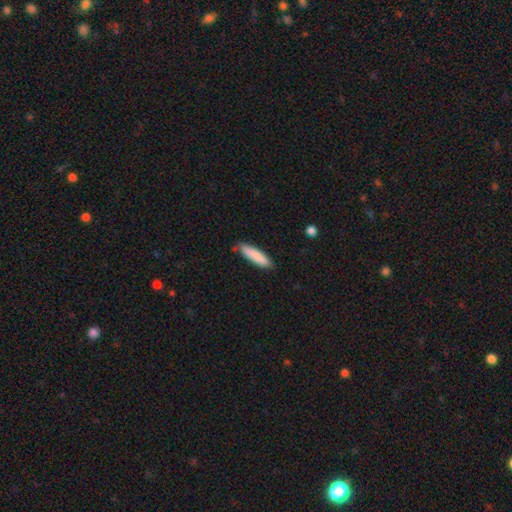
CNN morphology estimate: The model was most divided on "how rounded": cigar-shaped: 74%, in between: 25%, round: 1%. More confident: smooth or featured — smooth (86%); merging — none (77%).